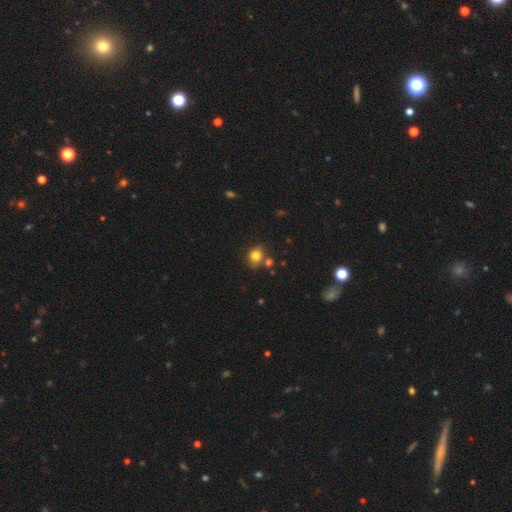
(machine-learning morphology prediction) smooth-or-featured: smooth: 81% | star or artifact: 11% | featured or disk: 8%
  how-rounded: round: 58% | in between: 41% | cigar-shaped: 1%
  merging: none: 67% | minor disturbance: 15% | merger: 13% | major disturbance: 4%